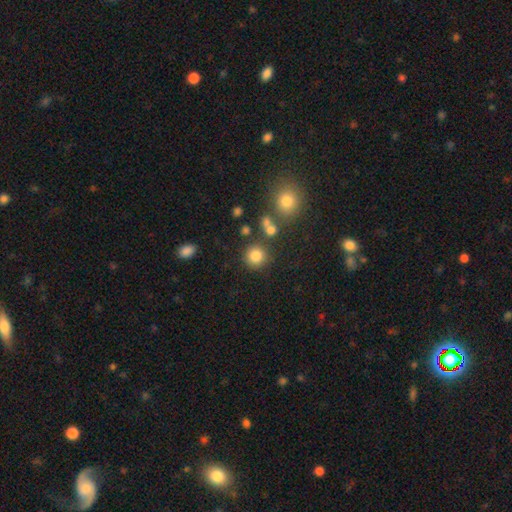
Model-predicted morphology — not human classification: A smooth galaxy with no disk features (82%) that is round (91%).

Vote fractions:
- Smooth or featured? smooth: 82% / star or artifact: 12% / featured or disk: 6%
- How rounded? round: 91% / in between: 8% / cigar-shaped: 1%
- Merging? none: 78% / minor disturbance: 10% / merger: 8% / major disturbance: 4%